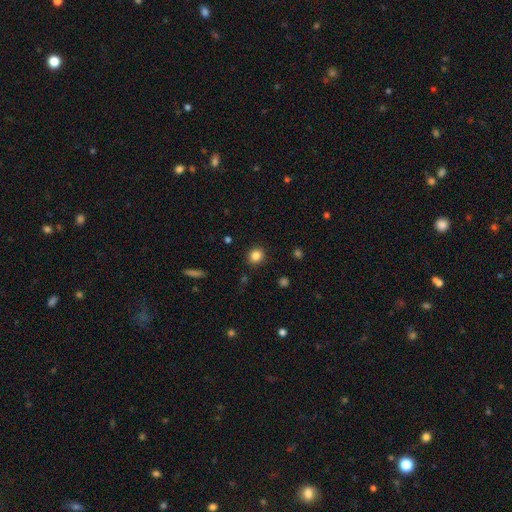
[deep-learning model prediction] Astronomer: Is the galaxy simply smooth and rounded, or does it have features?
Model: smooth — 83%.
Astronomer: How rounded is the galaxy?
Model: round — 82%.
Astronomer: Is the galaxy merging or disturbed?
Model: none — 90%.